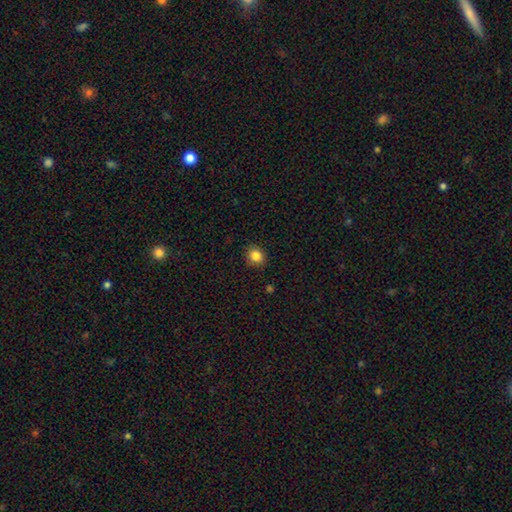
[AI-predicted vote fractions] Overall: smooth (84%). How rounded: round (77%). Merging: none (89%).